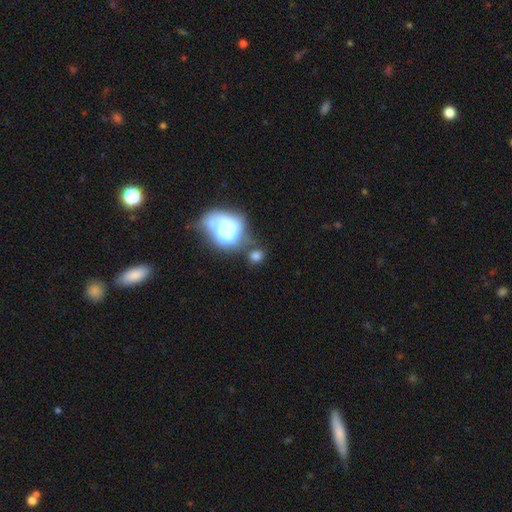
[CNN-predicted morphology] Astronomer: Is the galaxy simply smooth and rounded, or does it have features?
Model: smooth — 63%.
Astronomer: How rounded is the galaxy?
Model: in between — 52% (runner-up: round, 46%).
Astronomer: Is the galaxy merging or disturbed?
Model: merger — 35% (runner-up: none, 31%).